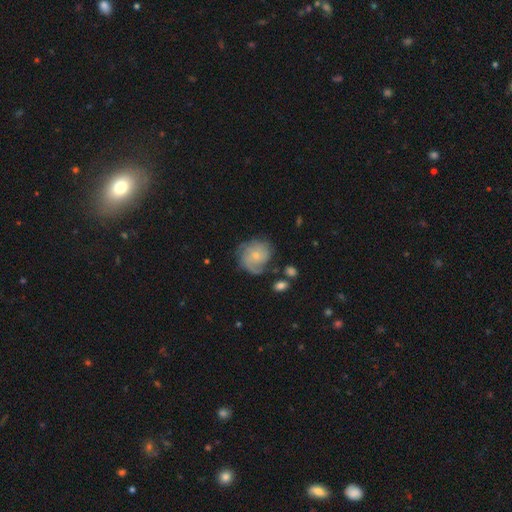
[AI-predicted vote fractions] featured or disk 66%, smooth 27%, star or artifact 7%. Down the decision tree: edge-on disk — no (98%); bar — no (75%); spiral arms — yes (89%); spiral arm count — can't tell (36%); spiral winding — tight (52%); bulge size — small (71%); merging — none (64%).